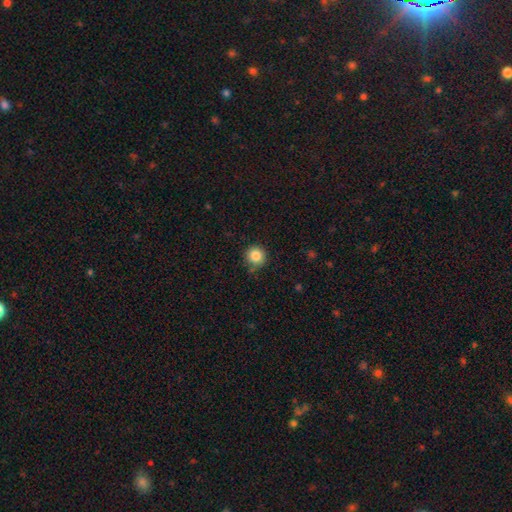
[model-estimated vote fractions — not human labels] smooth-or-featured: smooth: 85% | star or artifact: 10% | featured or disk: 4%
  how-rounded: round: 94% | in between: 5% | cigar-shaped: 1%
  merging: none: 86% | minor disturbance: 9% | major disturbance: 2% | merger: 2%